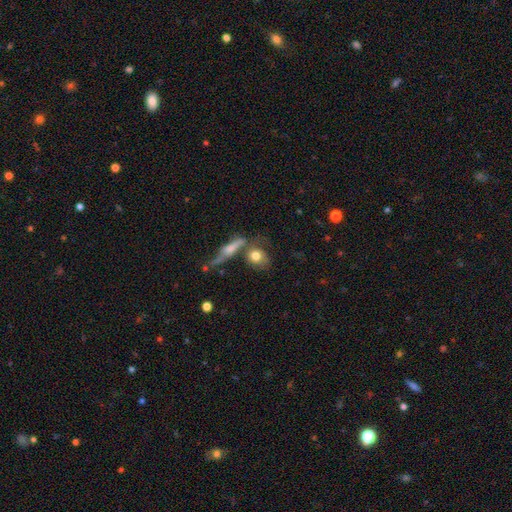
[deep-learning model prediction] Smooth or featured: smooth — 69% (featured or disk — 22%)
How rounded: round — 56% (in between — 37%)
Merging: none — 47% (merger — 27%)